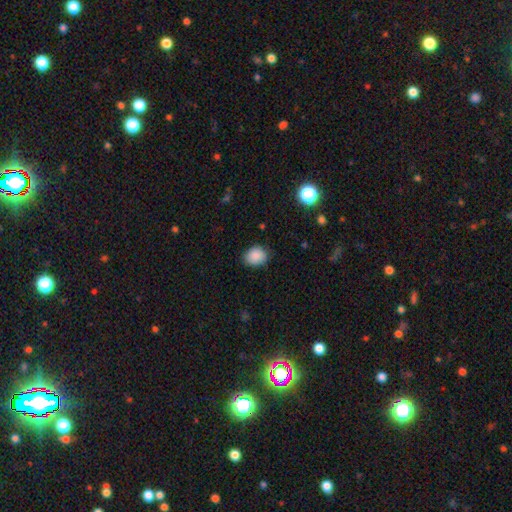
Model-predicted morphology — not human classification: A smooth galaxy with no disk features (88%) that is round (53%).

Vote fractions:
- Smooth or featured? smooth: 88% / star or artifact: 8% / featured or disk: 4%
- How rounded? round: 53% / in between: 46% / cigar-shaped: 1%
- Merging? none: 80% / minor disturbance: 16% / major disturbance: 3% / merger: 1%